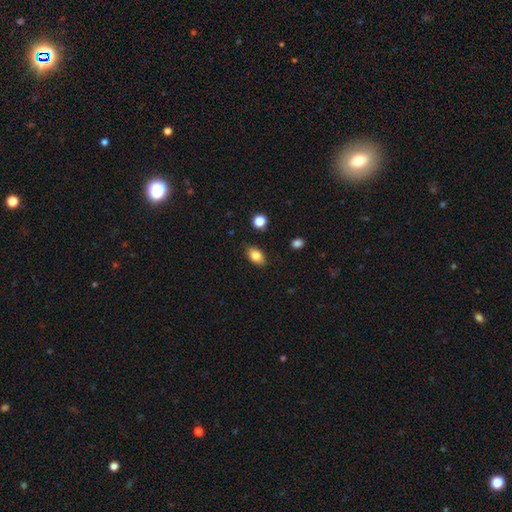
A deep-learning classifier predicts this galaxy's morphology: Smooth or featured? smooth (82%)
How rounded? in between (88%)
Merging? none (84%)